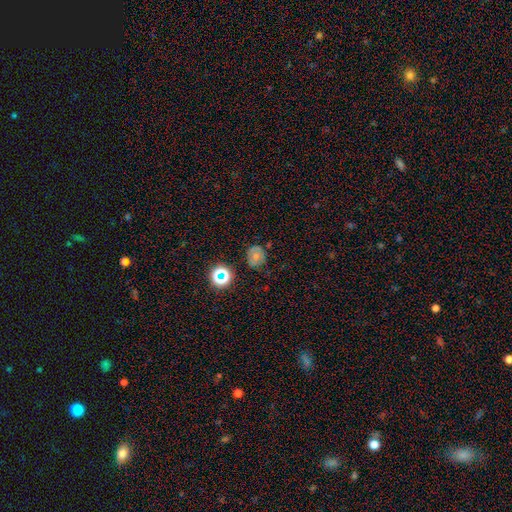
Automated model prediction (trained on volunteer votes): Smooth or featured? Predicted: smooth (p=0.59). How rounded? Predicted: round (p=0.70). Merging? Predicted: none (p=0.72).